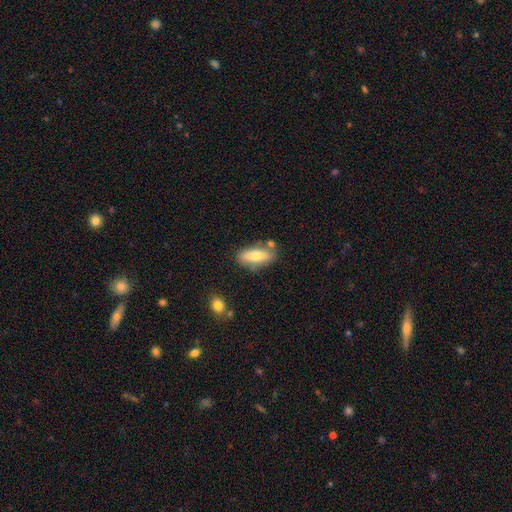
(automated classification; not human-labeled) Smooth or featured: smooth — 66% (featured or disk — 28%)
How rounded: in between — 74% (cigar-shaped — 24%)
Merging: none — 74% (minor disturbance — 15%)